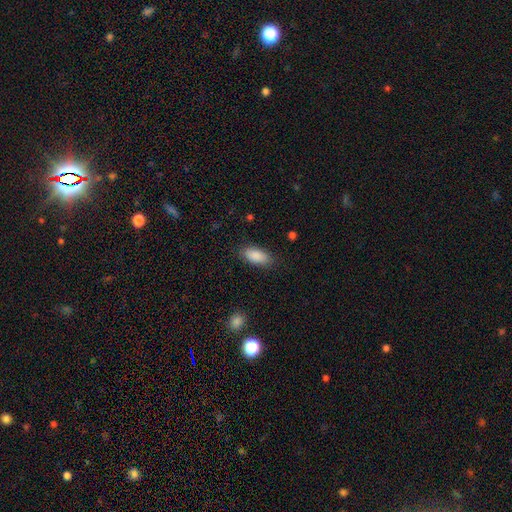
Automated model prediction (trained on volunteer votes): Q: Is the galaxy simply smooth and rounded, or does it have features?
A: smooth — 89%.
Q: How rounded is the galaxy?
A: in between — 88%.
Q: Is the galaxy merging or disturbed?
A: none — 85%.